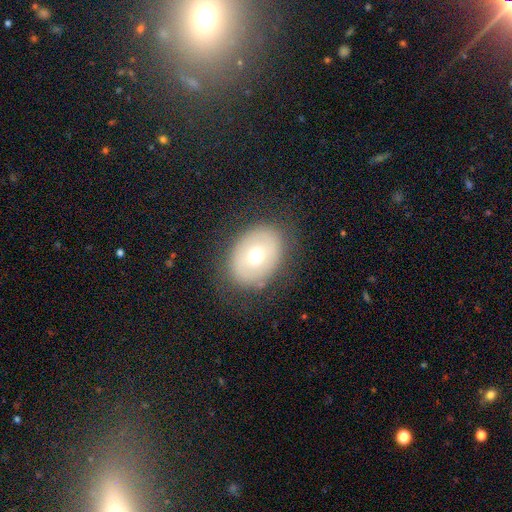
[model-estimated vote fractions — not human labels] A smooth galaxy with no disk features (59%) that is in between round and cigar-shaped (64%). Merging: none (82%).